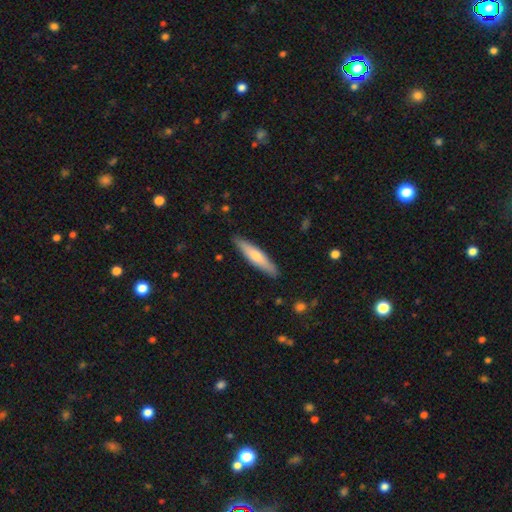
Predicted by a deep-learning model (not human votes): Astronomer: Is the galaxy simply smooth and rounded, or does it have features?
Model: smooth — 57% (runner-up: featured or disk, 37%).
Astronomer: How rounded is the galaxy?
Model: cigar-shaped — 85%.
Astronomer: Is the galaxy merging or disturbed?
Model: none — 89%.